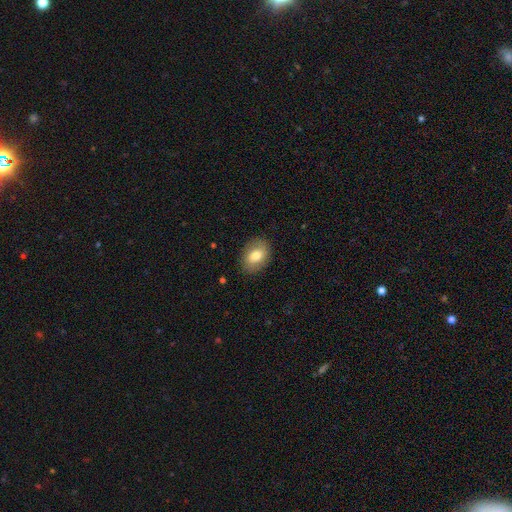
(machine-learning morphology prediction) A smooth galaxy with no disk features (74%) that is in between round and cigar-shaped (73%). Merging: none (86%).